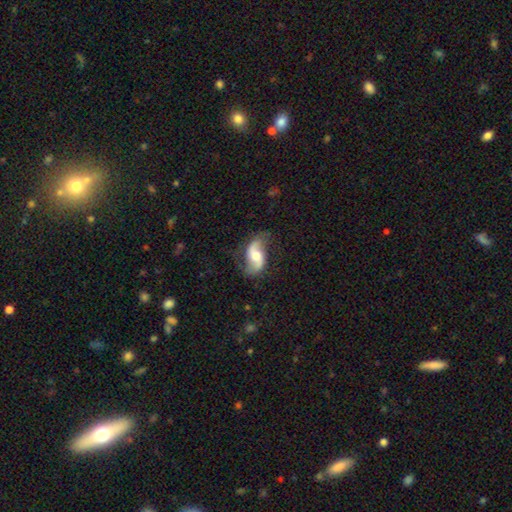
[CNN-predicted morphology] Smooth or featured: featured or disk — 79% (smooth — 15%)
Edge-on disk: no — 96% (yes — 4%)
Bar: no — 44% (weak — 39%)
Spiral arms: yes — 94% (no — 6%)
Spiral winding: loose — 72% (medium — 22%)
Spiral arm count: 2 — 92% (can't tell — 3%)
Bulge size: moderate — 61% (small — 18%)
Merging: none — 71% (minor disturbance — 19%)